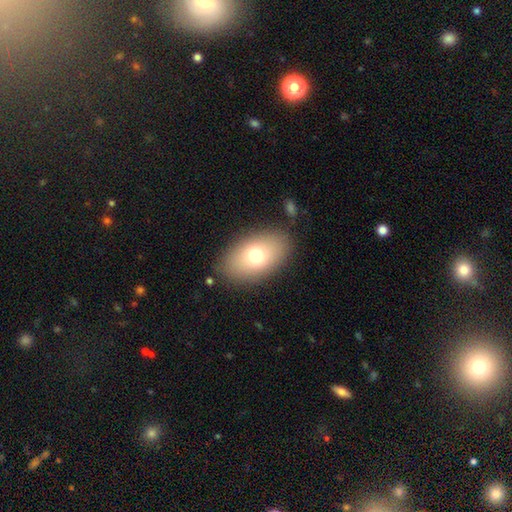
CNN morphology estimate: Smooth or featured? Predicted: smooth (p=0.72). How rounded? Predicted: in between (p=0.88). Merging? Predicted: none (p=0.84).